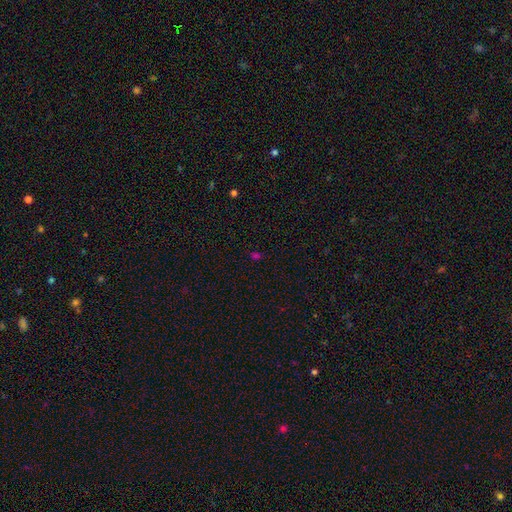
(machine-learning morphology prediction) Smooth or featured? smooth (51%)
How rounded? in between (58%)
Merging? none (77%)